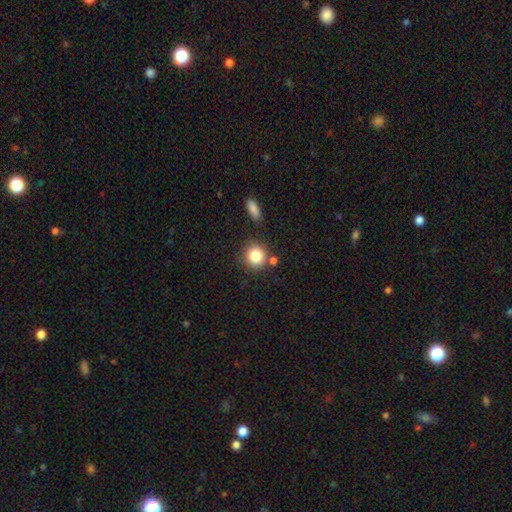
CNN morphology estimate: type=smooth (83%); roundness=round (90%); merging=none (75%).